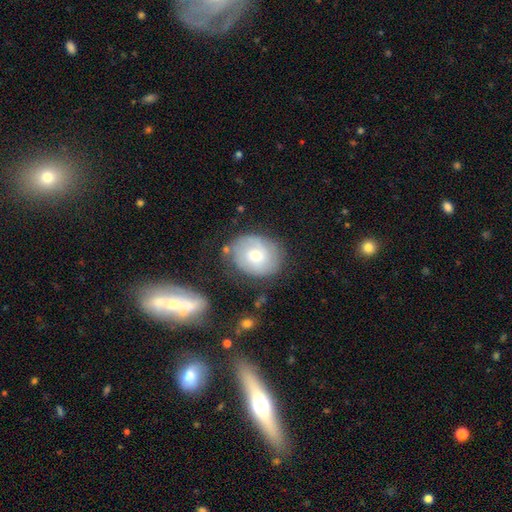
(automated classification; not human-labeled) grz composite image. It shows a featured or disk galaxy (46%, tied with smooth). Merging: none (71%).